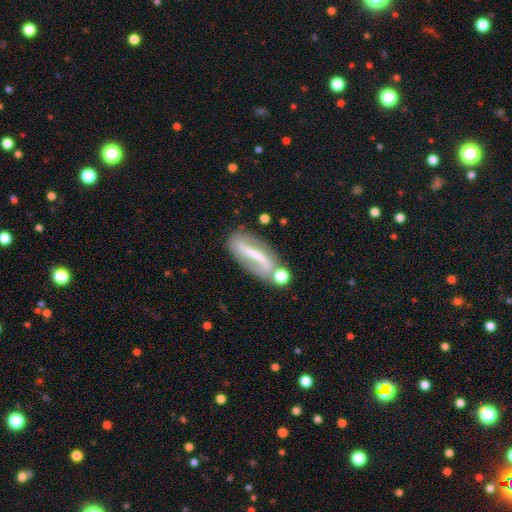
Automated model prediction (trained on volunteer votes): This is likely a featured or disk galaxy (64%). It is likely not viewed edge-on (79%). Bar: likely strong (66%). Spiral arm pattern: likely yes (67%). Central bulge: marginally small (37%). Merging: likely none (60%).